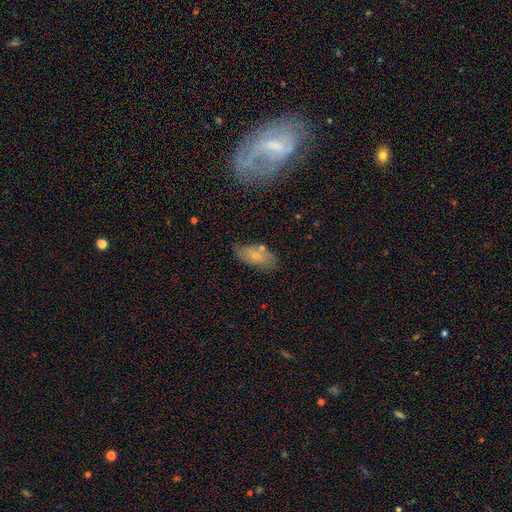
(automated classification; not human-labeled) smooth-or-featured: smooth: 69% | featured or disk: 23% | star or artifact: 8%
  how-rounded: in between: 88% | cigar-shaped: 9% | round: 3%
  merging: none: 69% | minor disturbance: 19% | merger: 8% | major disturbance: 4%